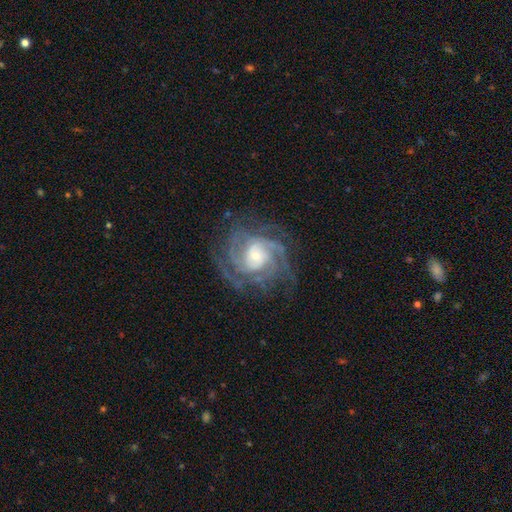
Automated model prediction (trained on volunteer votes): Smooth or featured? featured or disk (89%)
Edge-on disk? no (98%)
Bar? no (63%)
Spiral arms? yes (98%)
Spiral winding? tight (60%)
Spiral arm count? 3 (25%)
Bulge size? small (61%)
Merging? none (75%)